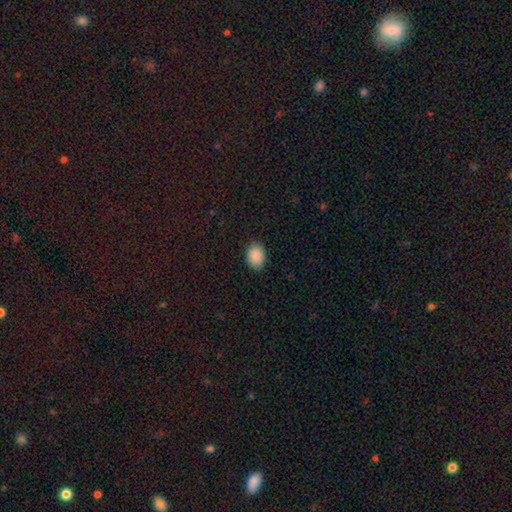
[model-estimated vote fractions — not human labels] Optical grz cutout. It shows a smooth galaxy with no disk features (90%) that is in between round and cigar-shaped (75%). Merging: none (87%).